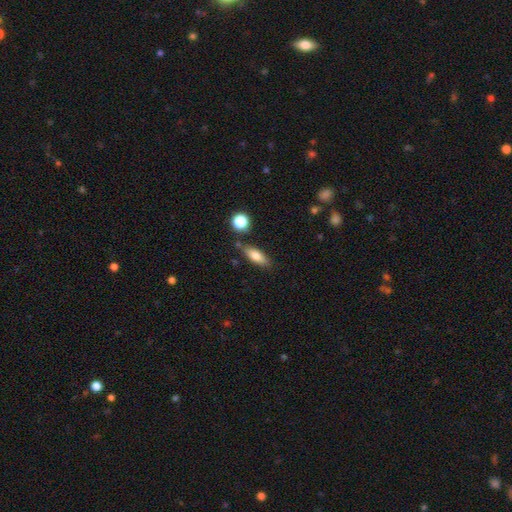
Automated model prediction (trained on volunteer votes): Smooth or featured? smooth (75%)
How rounded? in between (68%)
Merging? none (75%)